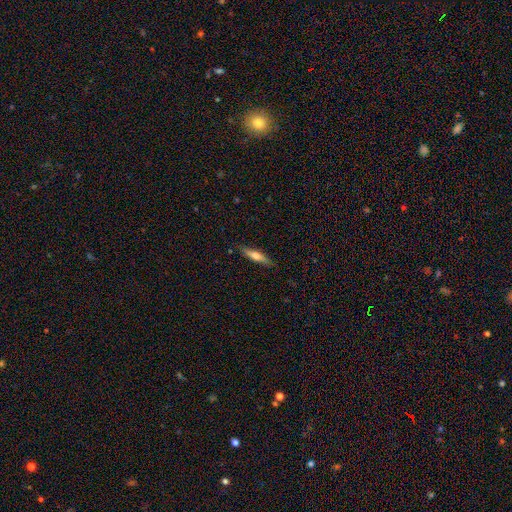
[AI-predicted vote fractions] This is possibly a smooth galaxy (54%). How rounded: likely cigar-shaped (80%). Merging: clearly none (86%).